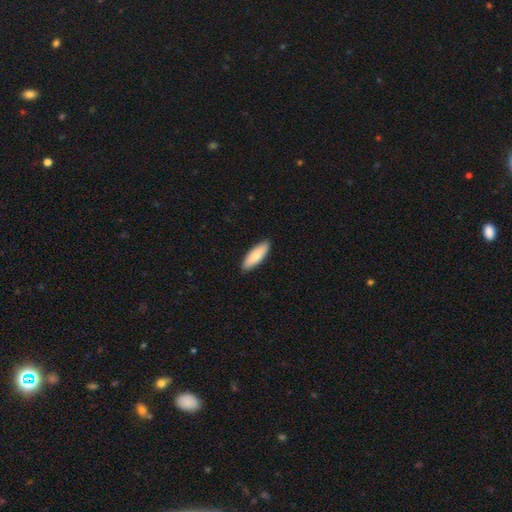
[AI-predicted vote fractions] A smooth galaxy with no disk features (82%) that is in between round and cigar-shaped (56%).

Vote fractions:
- Smooth or featured? smooth: 82% / featured or disk: 13% / star or artifact: 5%
- How rounded? in between: 56% / cigar-shaped: 42% / round: 2%
- Merging? none: 90% / minor disturbance: 7% / major disturbance: 1% / merger: 1%